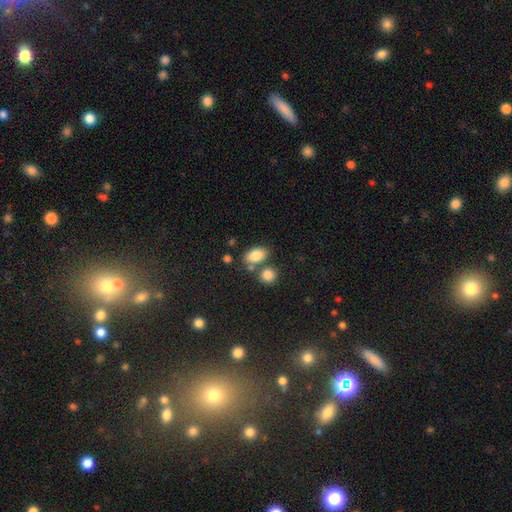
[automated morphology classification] This is clearly a smooth galaxy (84%). How rounded: clearly in between (88%). Merging: likely none (61%).